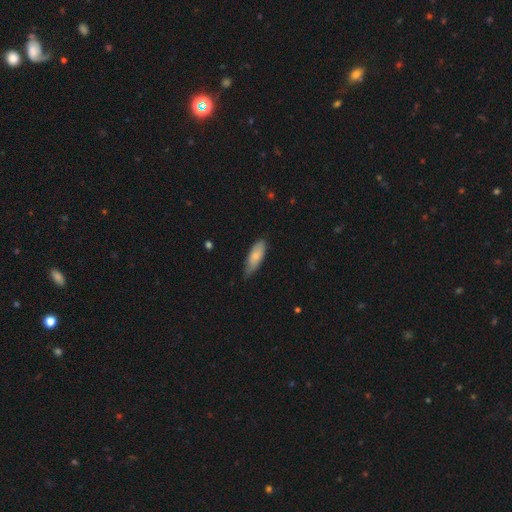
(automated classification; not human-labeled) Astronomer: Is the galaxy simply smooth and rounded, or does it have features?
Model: smooth — 77%.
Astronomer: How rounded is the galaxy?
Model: in between — 68%.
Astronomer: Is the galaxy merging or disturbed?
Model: none — 63%.